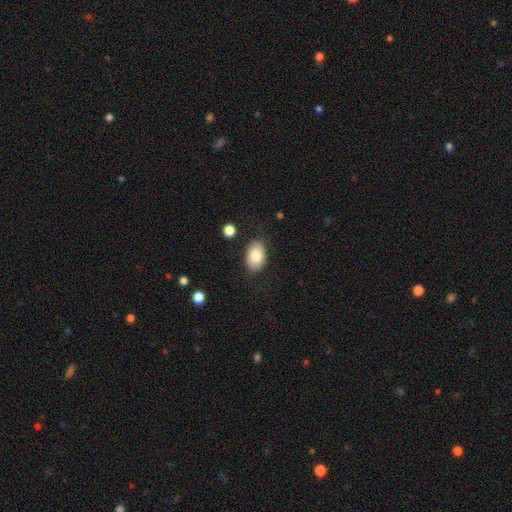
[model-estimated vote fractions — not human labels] smooth-or-featured: smooth: 81% | featured or disk: 13% | star or artifact: 7%
  how-rounded: in between: 89% | round: 10% | cigar-shaped: 1%
  merging: none: 82% | minor disturbance: 13% | major disturbance: 4% | merger: 2%